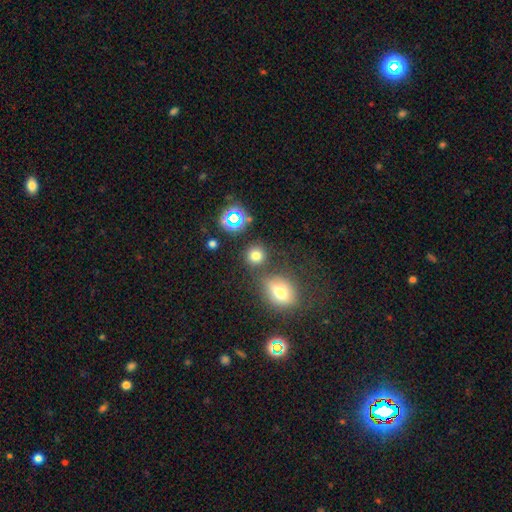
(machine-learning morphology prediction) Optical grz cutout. It shows a smooth galaxy with no disk features (72%) that is round (86%). Merging: none (75%).